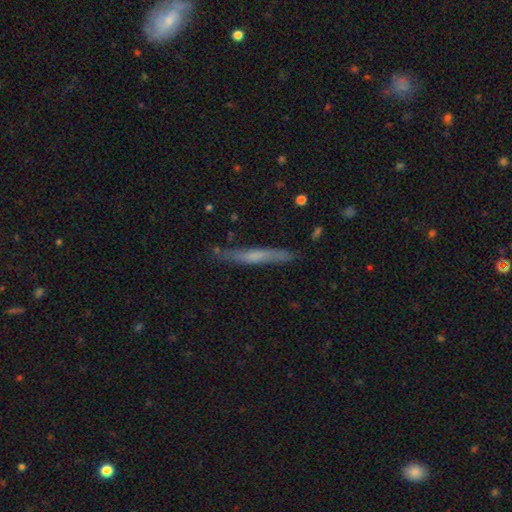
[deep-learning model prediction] This is possibly a smooth galaxy (49%). Merging: clearly none (81%).